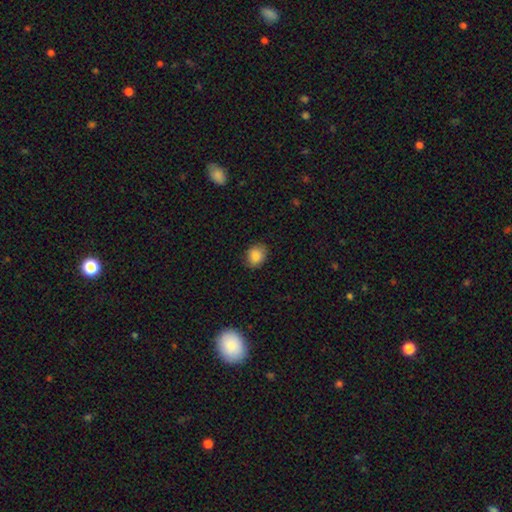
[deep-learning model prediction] Q: Smooth or featured?
A: smooth (87%); runner-up: star or artifact (9%)
Q: How rounded?
A: round (55%); runner-up: in between (44%)
Q: Merging?
A: none (83%); runner-up: minor disturbance (13%)